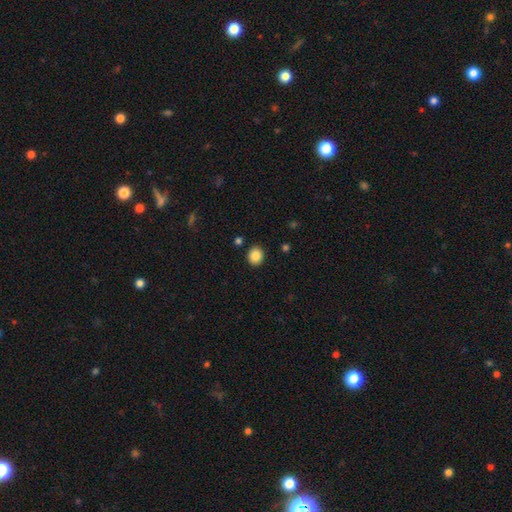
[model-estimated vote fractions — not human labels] smooth 86%, star or artifact 9%, featured or disk 5%. Down the decision tree: how rounded — round (76%); merging — none (90%).